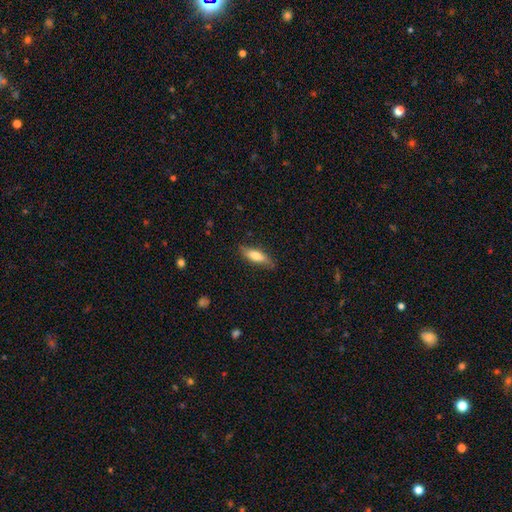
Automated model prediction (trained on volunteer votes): Smooth or featured? smooth (72%)
How rounded? cigar-shaped (49%, tied with in between)
Merging? none (81%)